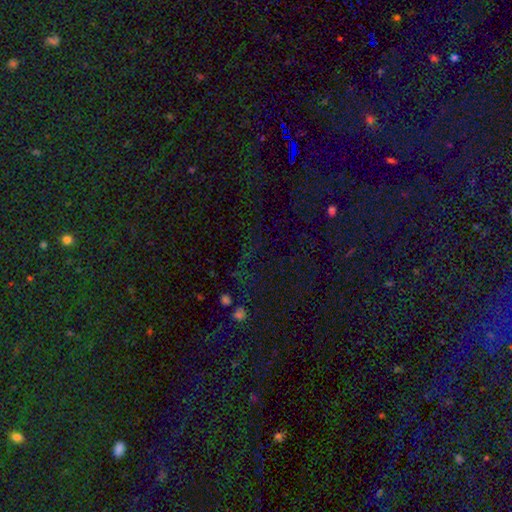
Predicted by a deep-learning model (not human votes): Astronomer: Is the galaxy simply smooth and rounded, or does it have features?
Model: star or artifact — 76%.